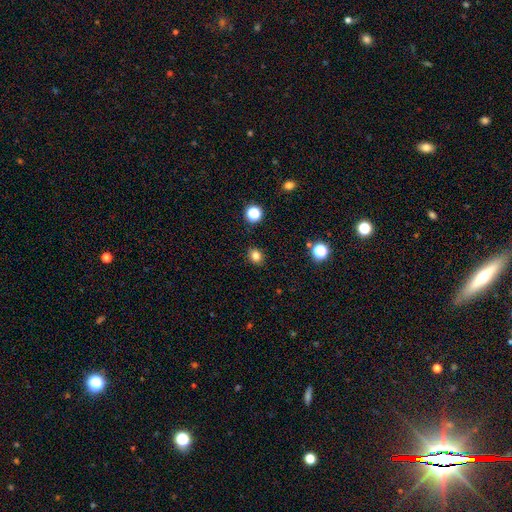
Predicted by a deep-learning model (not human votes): Smooth or featured: smooth — 81% (star or artifact — 14%)
How rounded: round — 59% (in between — 40%)
Merging: none — 89% (minor disturbance — 8%)